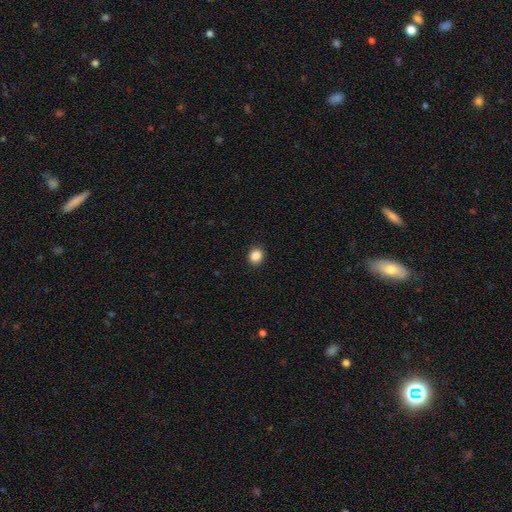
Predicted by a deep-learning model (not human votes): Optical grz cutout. It shows a smooth galaxy with no disk features (87%) that is round (76%). Merging: none (91%).